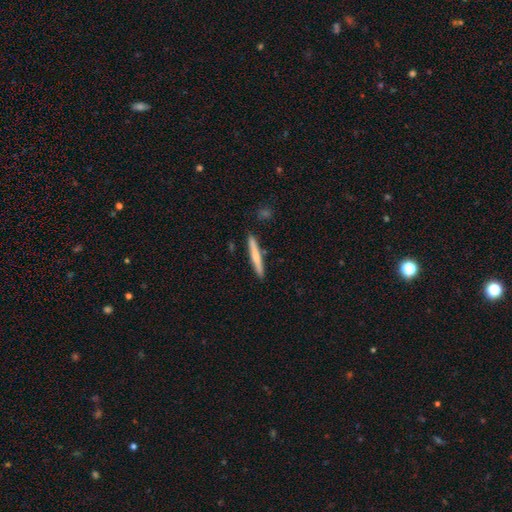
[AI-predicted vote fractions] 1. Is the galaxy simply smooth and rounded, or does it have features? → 65% smooth, 30% featured or disk, 5% star or artifact.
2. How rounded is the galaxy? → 96% cigar-shaped, 3% in between, 1% round.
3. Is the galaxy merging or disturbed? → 89% none, 7% minor disturbance, 2% merger, 2% major disturbance.